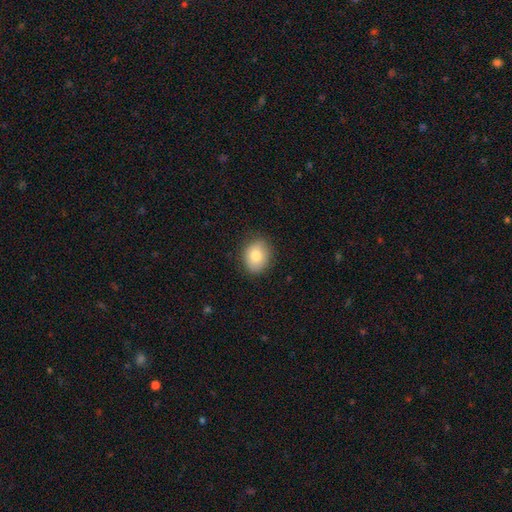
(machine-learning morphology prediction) The model was most divided on "how rounded": round: 58%, in between: 41%, cigar-shaped: 1%. More confident: merging — none (85%); smooth or featured — smooth (80%).